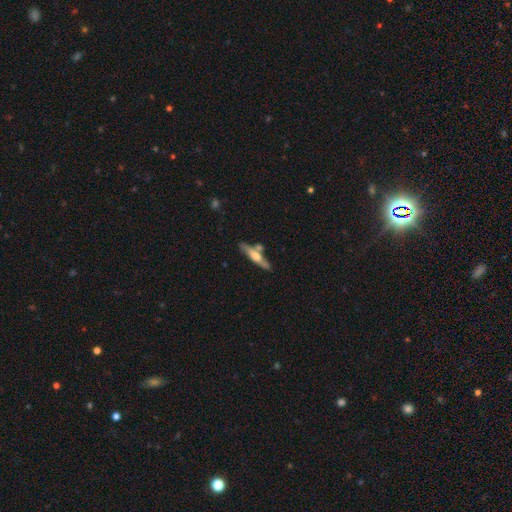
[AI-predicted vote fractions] smooth_or_featured: featured or disk (p=0.56) [alt: smooth p=0.39]
disk_edge_on: yes (p=0.91) [alt: no p=0.09]
edge_on_bulge: rounded (p=0.85) [alt: boxy p=0.08]
merging: none (p=0.70) [alt: minor disturbance p=0.13]